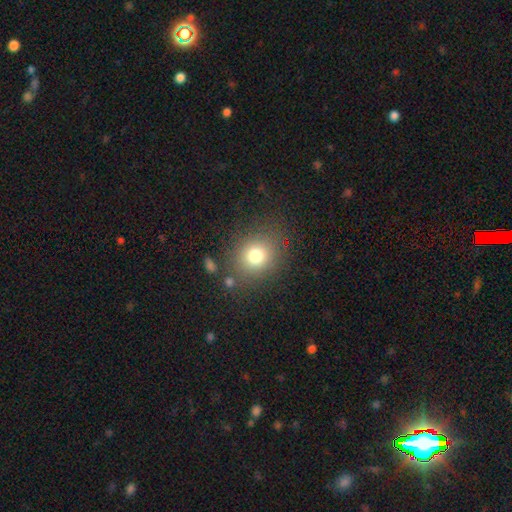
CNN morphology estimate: A smooth galaxy with no disk features (77%) that is round (78%). Merging: none (79%).